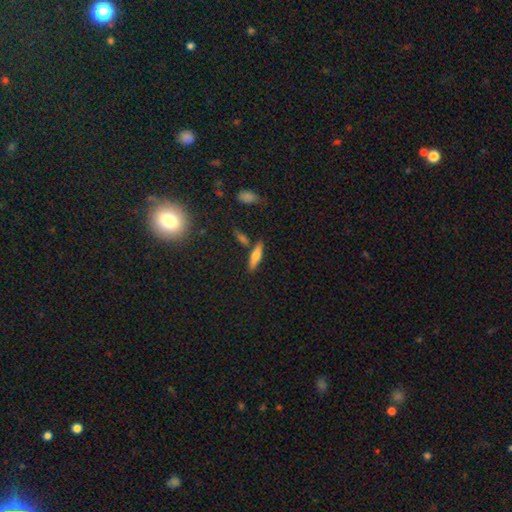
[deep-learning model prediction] Smooth or featured? smooth (56%)
How rounded? cigar-shaped (61%)
Merging? none (77%)